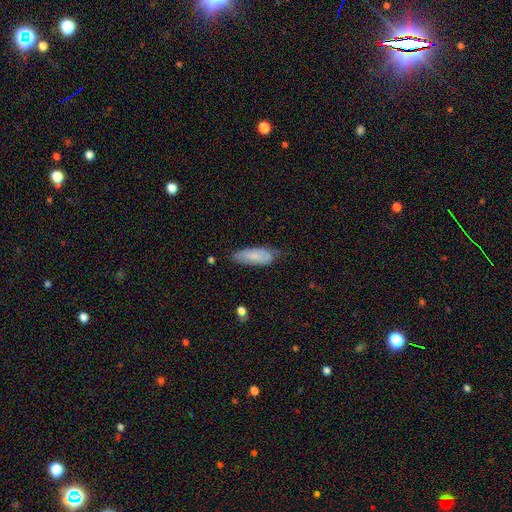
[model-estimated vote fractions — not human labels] smooth_or_featured: smooth (p=0.77) [alt: featured or disk p=0.17]
how_rounded: in between (p=0.70) [alt: cigar-shaped p=0.28]
merging: none (p=0.63) [alt: minor disturbance p=0.29]